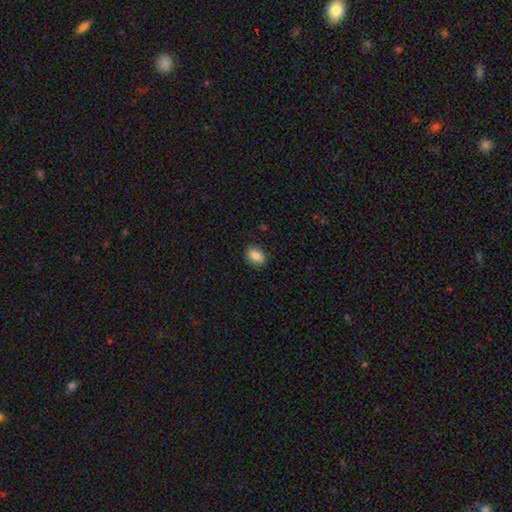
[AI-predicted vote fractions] smooth-or-featured: smooth: 85% | star or artifact: 8% | featured or disk: 7%
  how-rounded: in between: 76% | round: 21% | cigar-shaped: 2%
  merging: none: 85% | minor disturbance: 11% | major disturbance: 3% | merger: 1%